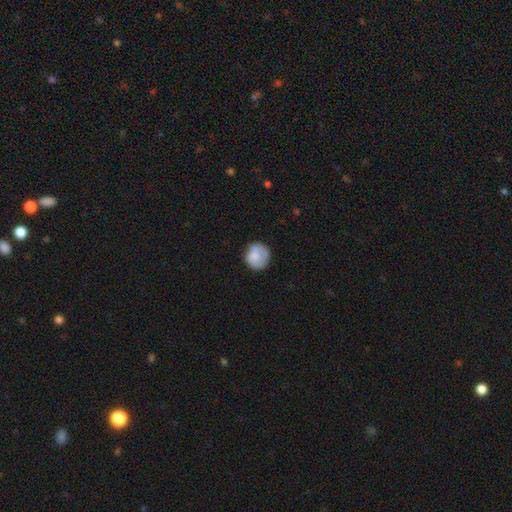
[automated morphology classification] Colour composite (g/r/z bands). It shows a smooth galaxy with no disk features (77%) that is round (88%). Merging: none (66%).